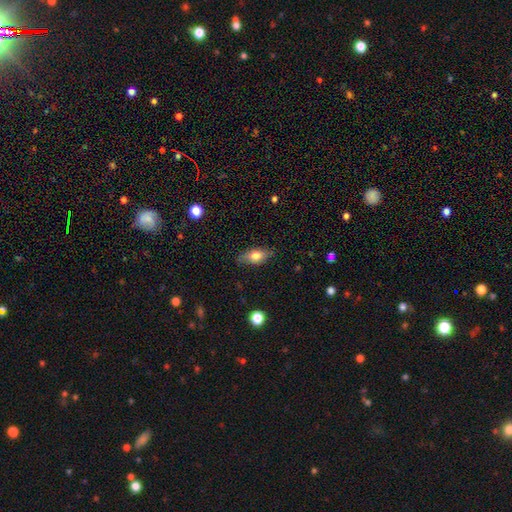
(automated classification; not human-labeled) Q: Smooth or featured?
A: smooth (68%); runner-up: featured or disk (24%)
Q: How rounded?
A: in between (79%); runner-up: cigar-shaped (14%)
Q: Merging?
A: none (81%); runner-up: minor disturbance (15%)